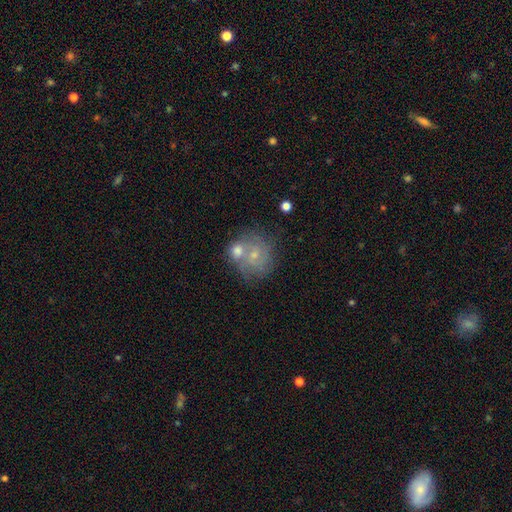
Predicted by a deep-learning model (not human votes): Smooth or featured?
  - smooth: 47% *
  - featured or disk: 43%
  - star or artifact: 10%
Merging?
  - merger: 46% *
  - none: 35%
  - minor disturbance: 13%
  - major disturbance: 7%